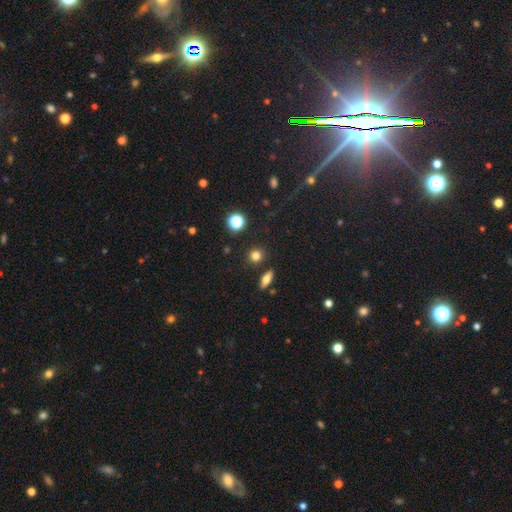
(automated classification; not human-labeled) The model was most divided on "how rounded": round: 81%, in between: 17%, cigar-shaped: 3%. More confident: merging — none (86%); smooth or featured — smooth (78%).